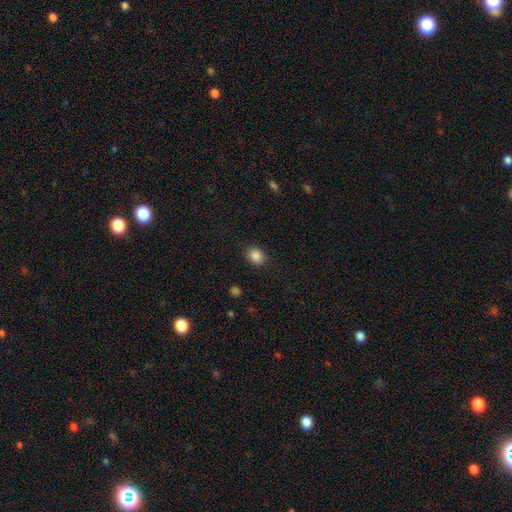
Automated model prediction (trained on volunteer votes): A smooth galaxy with no disk features (86%) that is round (53%).

Vote fractions:
- Smooth or featured? smooth: 86% / star or artifact: 10% / featured or disk: 4%
- How rounded? round: 53% / in between: 46% / cigar-shaped: 1%
- Merging? none: 86% / minor disturbance: 10% / major disturbance: 3% / merger: 1%